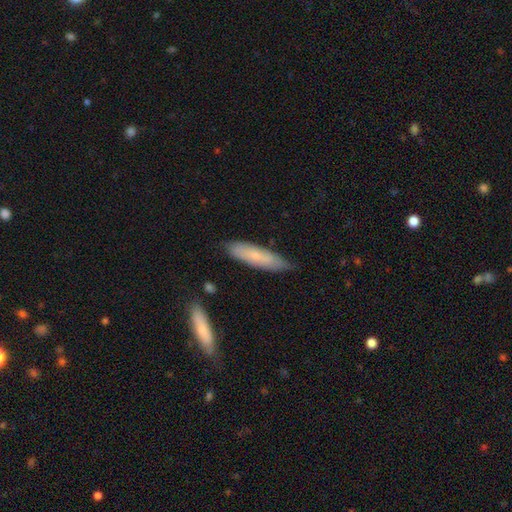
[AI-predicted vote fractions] The model was most divided on "smooth or featured": smooth: 62%, featured or disk: 32%, star or artifact: 6%. More confident: merging — none (77%); how rounded — cigar-shaped (69%).